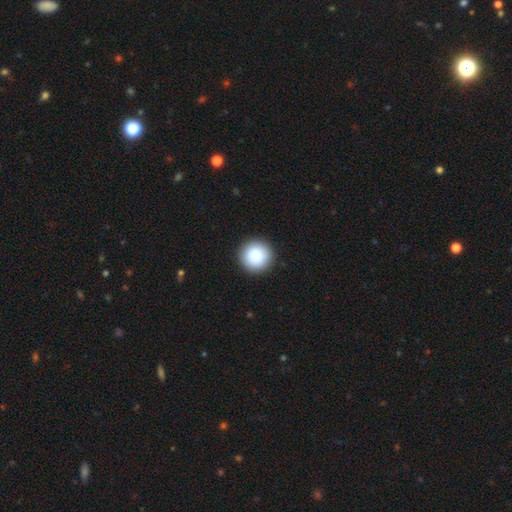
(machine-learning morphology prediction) smooth 85%, star or artifact 8%, featured or disk 6%. Down the decision tree: how rounded — round (95%); merging — none (93%).